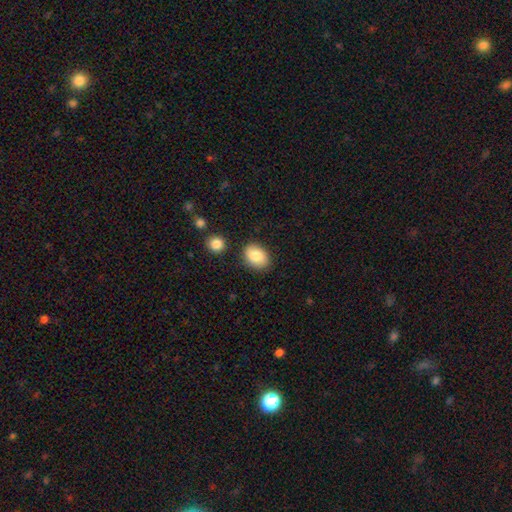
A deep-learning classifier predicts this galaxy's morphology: Smooth or featured? smooth (83%)
How rounded? in between (69%)
Merging? none (82%)